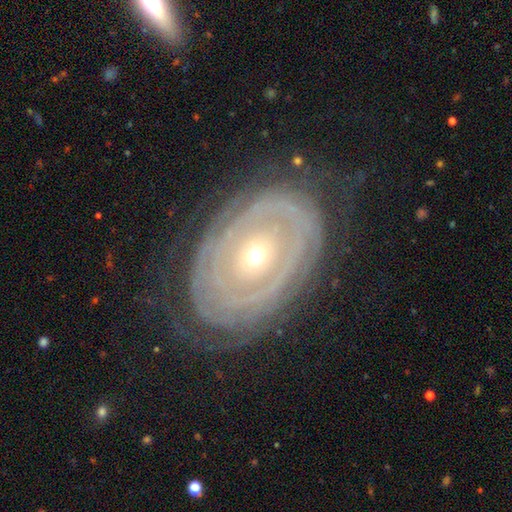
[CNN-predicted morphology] type=featured or disk (81%); edge-on=no (95%); bar=no (84%); spiral arms=yes (71%); winding=tight (80%); arm count=can't tell (44%); bulge=small (58%); merging=none (75%).